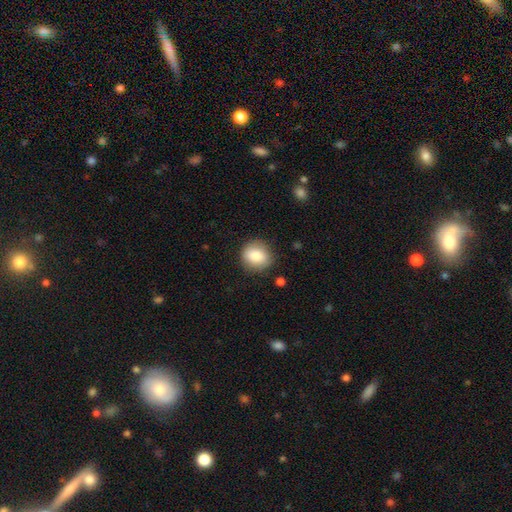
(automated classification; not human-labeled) A smooth galaxy with no disk features (82%) that is round (80%).

Vote fractions:
- Smooth or featured? smooth: 82% / featured or disk: 10% / star or artifact: 8%
- How rounded? round: 80% / in between: 19% / cigar-shaped: 1%
- Merging? none: 85% / minor disturbance: 10% / major disturbance: 3% / merger: 1%